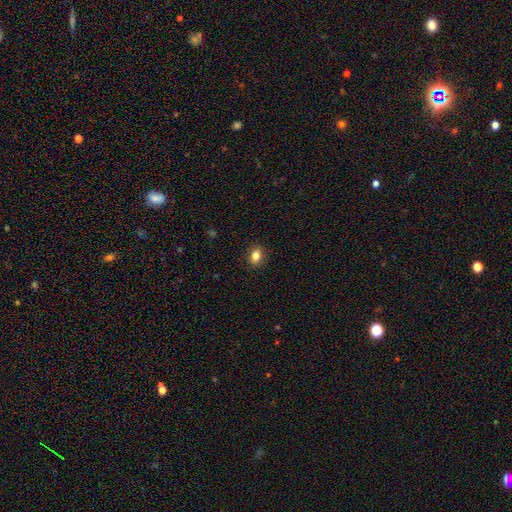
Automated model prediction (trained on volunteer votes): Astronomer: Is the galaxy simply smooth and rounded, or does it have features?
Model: smooth — 83%.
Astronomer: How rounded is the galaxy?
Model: in between — 71%.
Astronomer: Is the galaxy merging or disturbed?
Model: none — 89%.